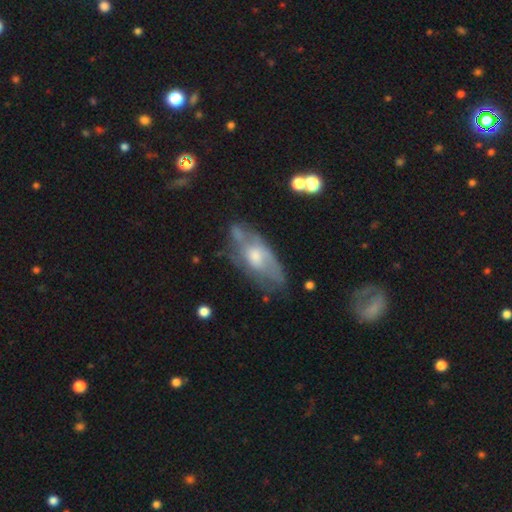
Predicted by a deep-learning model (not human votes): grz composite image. It shows a featured or disk galaxy (61%) with no bar (73%), spiral arms (53%) and a moderate central bulge (57%). Merging: none (54%).